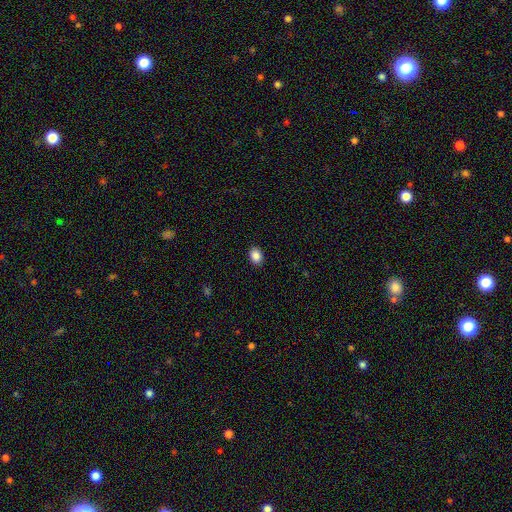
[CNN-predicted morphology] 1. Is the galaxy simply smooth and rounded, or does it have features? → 88% smooth, 9% star or artifact, 3% featured or disk.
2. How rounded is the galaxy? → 69% in between, 30% round, 1% cigar-shaped.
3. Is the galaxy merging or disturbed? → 90% none, 7% minor disturbance, 2% major disturbance, 1% merger.